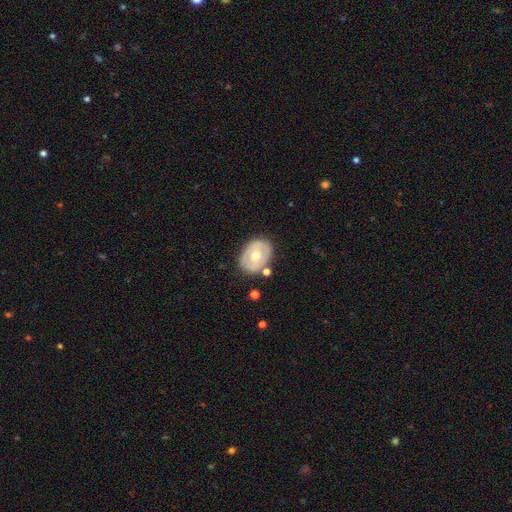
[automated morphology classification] Overall: smooth (49%; featured or disk 44%). Merging: none (76%).